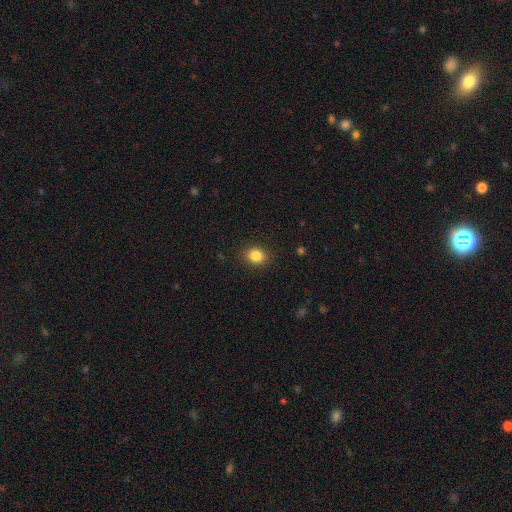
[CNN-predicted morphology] This is clearly a smooth galaxy (85%). How rounded: possibly round (50%). Merging: clearly none (89%).